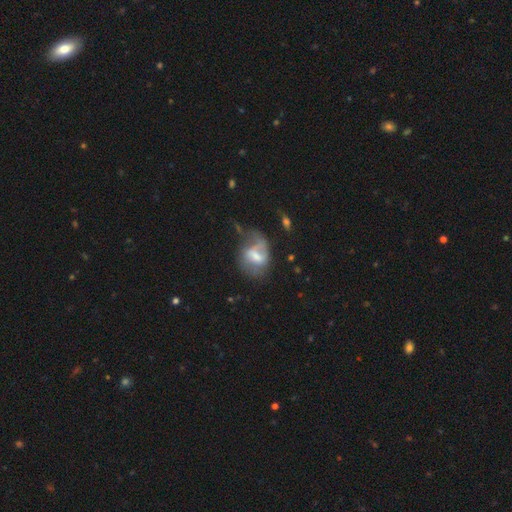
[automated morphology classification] smooth-or-featured: featured or disk: 53% | smooth: 38% | star or artifact: 9%
  disk-edge-on: no: 95% | yes: 5%
    bar: weak: 47% | no: 28% | strong: 25%
    has-spiral-arms: yes: 53% | no: 47%
    bulge-size: moderate: 41% | small: 27% | none: 16% | large: 13% | dominant: 2%
  merging: major disturbance: 40% | none: 28% | minor disturbance: 26% | merger: 6%